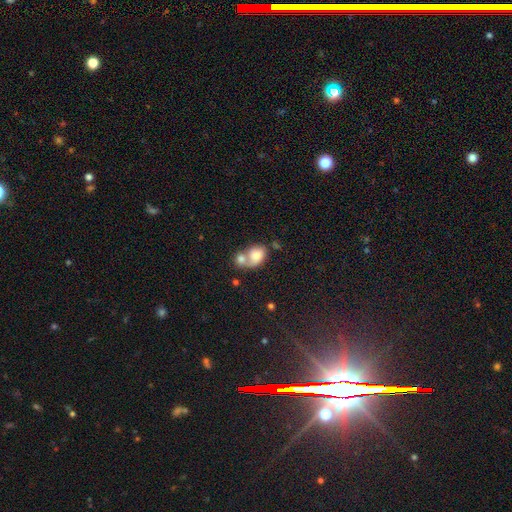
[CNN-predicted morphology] A smooth galaxy with no disk features (70%) that is in between round and cigar-shaped (64%).

Vote fractions:
- Smooth or featured? smooth: 70% / featured or disk: 22% / star or artifact: 8%
- How rounded? in between: 64% / round: 35% / cigar-shaped: 1%
- Merging? merger: 65% / none: 18% / minor disturbance: 9% / major disturbance: 8%